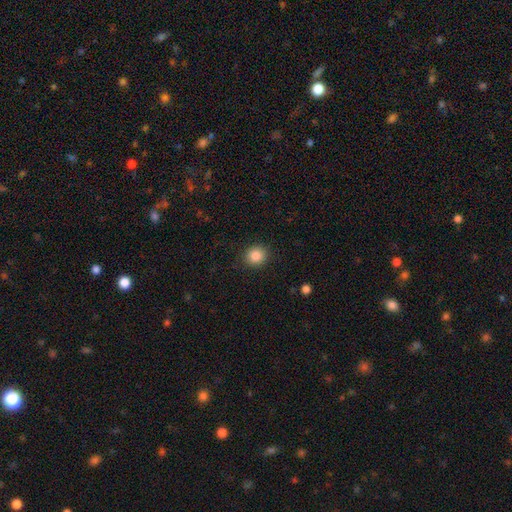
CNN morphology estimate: This appears to be a smooth galaxy with no disk features (86%) that is round (84%). Merging: none (90%).